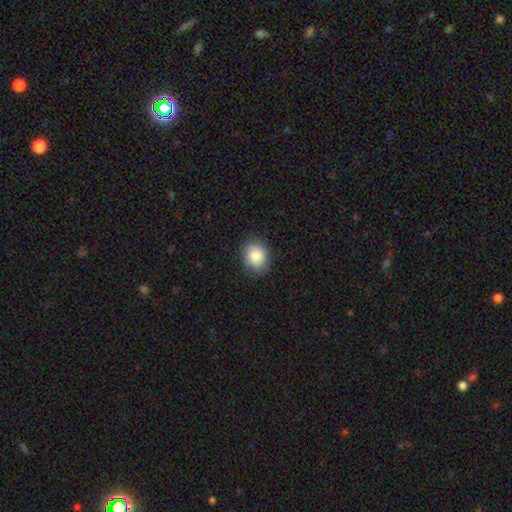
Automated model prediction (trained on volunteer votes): This appears to be a smooth galaxy with no disk features (85%) that is round (61%). Merging: none (84%).